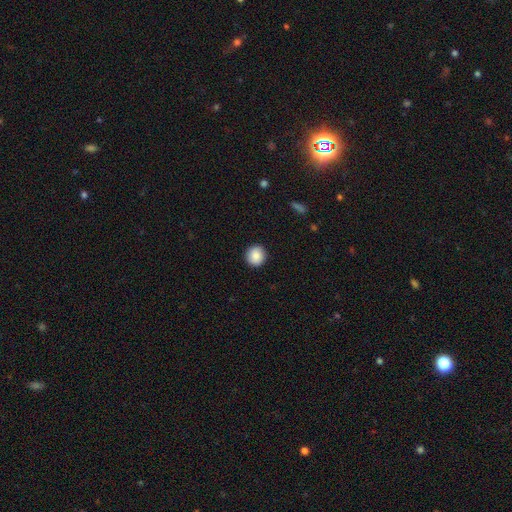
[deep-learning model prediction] smooth_or_featured: smooth (p=0.89) [alt: star or artifact p=0.08]
how_rounded: round (p=0.93) [alt: in between p=0.06]
merging: none (p=0.92) [alt: minor disturbance p=0.06]